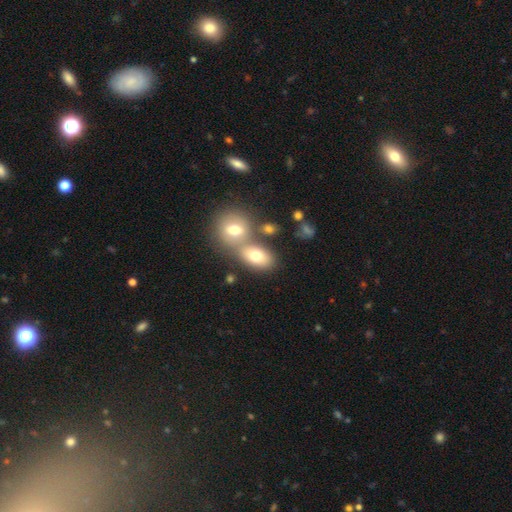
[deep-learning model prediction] A smooth galaxy with no disk features (73%) that is in between round and cigar-shaped (76%).

Vote fractions:
- Smooth or featured? smooth: 73% / featured or disk: 17% / star or artifact: 9%
- How rounded? in between: 76% / round: 22% / cigar-shaped: 2%
- Merging? merger: 45% / none: 41% / minor disturbance: 10% / major disturbance: 4%